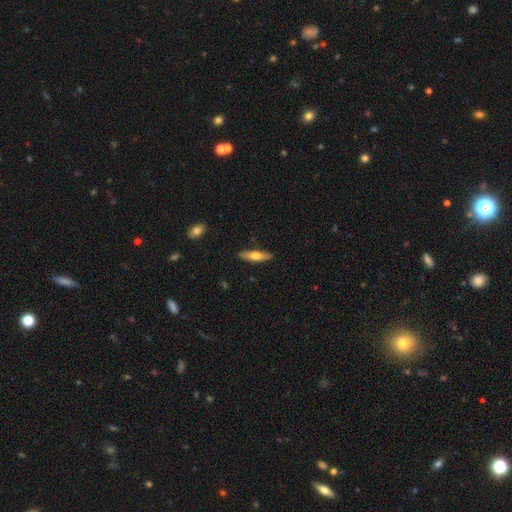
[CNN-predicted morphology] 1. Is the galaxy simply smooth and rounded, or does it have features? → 59% smooth, 35% featured or disk, 6% star or artifact.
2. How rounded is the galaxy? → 72% cigar-shaped, 26% in between, 2% round.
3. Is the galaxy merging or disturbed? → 89% none, 8% minor disturbance, 2% major disturbance, 1% merger.